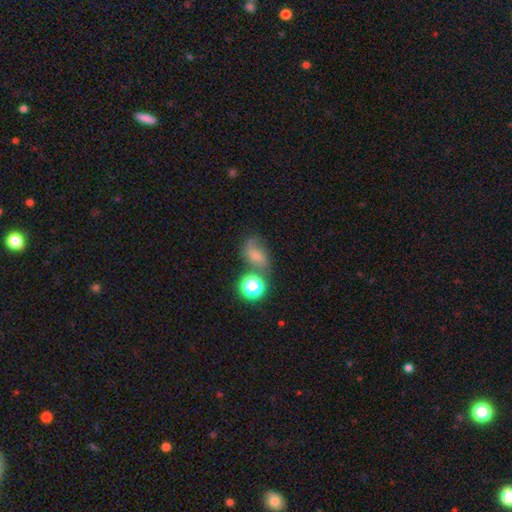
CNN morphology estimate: Smooth or featured: smooth — 38% (tied with featured or disk — 38%)
Merging: none — 57% (minor disturbance — 19%)